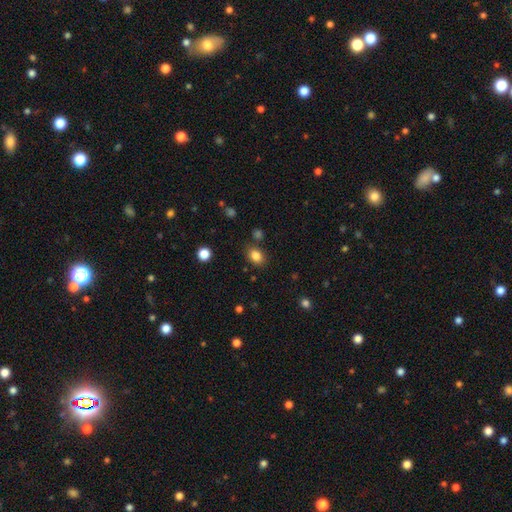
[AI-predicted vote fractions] Smooth or featured?
  - smooth: 84% *
  - star or artifact: 11%
  - featured or disk: 5%
How rounded?
  - in between: 64% *
  - round: 35%
  - cigar-shaped: 1%
Merging?
  - none: 80% *
  - minor disturbance: 12%
  - merger: 5%
  - major disturbance: 3%